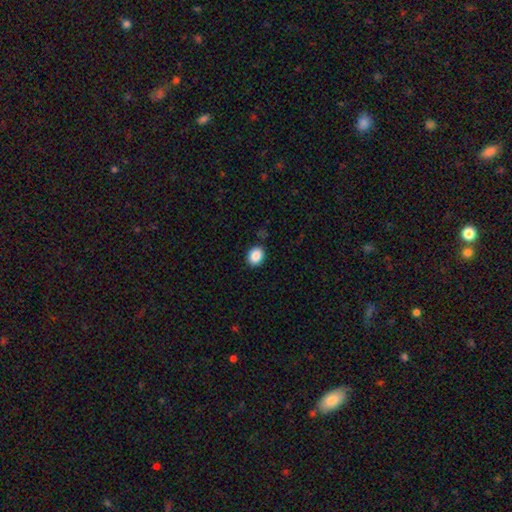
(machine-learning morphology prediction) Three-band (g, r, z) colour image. It shows a smooth galaxy with no disk features (88%) that is in between round and cigar-shaped (58%). Merging: none (87%).